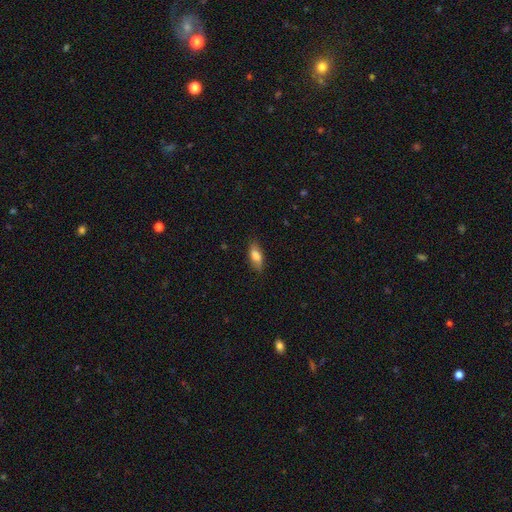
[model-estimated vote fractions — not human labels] smooth_or_featured: smooth (p=0.78) [alt: featured or disk p=0.15]
how_rounded: in between (p=0.78) [alt: cigar-shaped p=0.19]
merging: none (p=0.79) [alt: minor disturbance p=0.17]